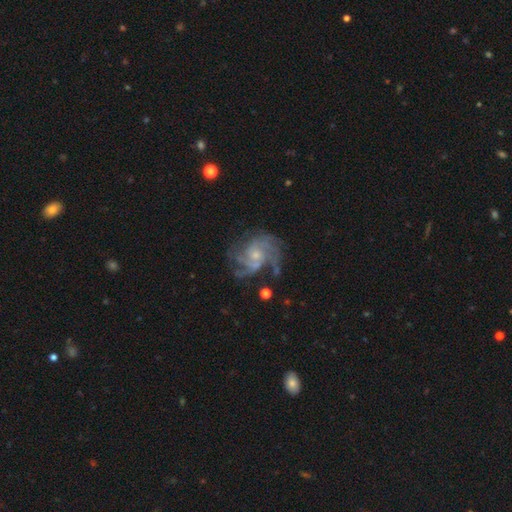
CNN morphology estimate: smooth_or_featured: featured or disk (p=0.87) [alt: star or artifact p=0.07]
disk_edge_on: no (p=0.98) [alt: yes p=0.02]
bar: no (p=0.70) [alt: weak p=0.25]
has_spiral_arms: yes (p=0.96) [alt: no p=0.04]
spiral_winding: medium (p=0.46) [alt: tight p=0.41]
spiral_arm_count: 3 (p=0.31) [alt: 4 p=0.21]
bulge_size: small (p=0.60) [alt: moderate p=0.32]
merging: none (p=0.63) [alt: minor disturbance p=0.19]